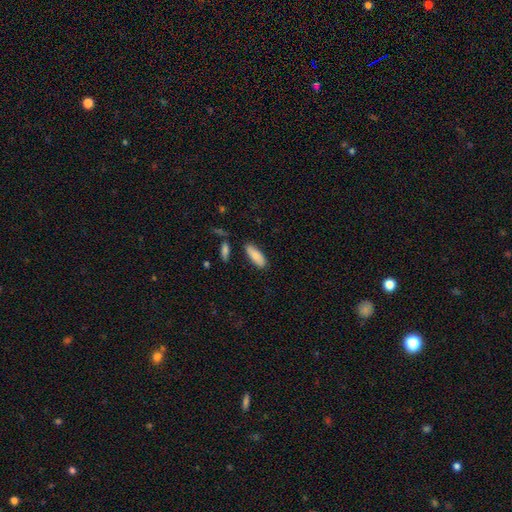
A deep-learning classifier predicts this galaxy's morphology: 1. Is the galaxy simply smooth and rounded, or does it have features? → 83% smooth, 11% featured or disk, 6% star or artifact.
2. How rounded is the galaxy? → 74% in between, 24% cigar-shaped, 2% round.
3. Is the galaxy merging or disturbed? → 80% none, 13% minor disturbance, 4% merger, 3% major disturbance.